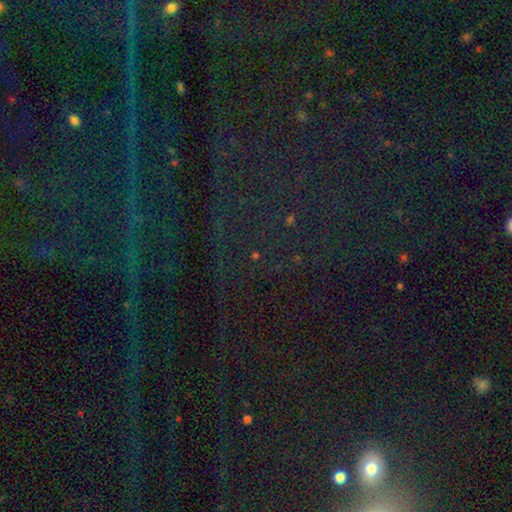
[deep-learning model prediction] This is likely a star or artifact rather than a galaxy (77%).